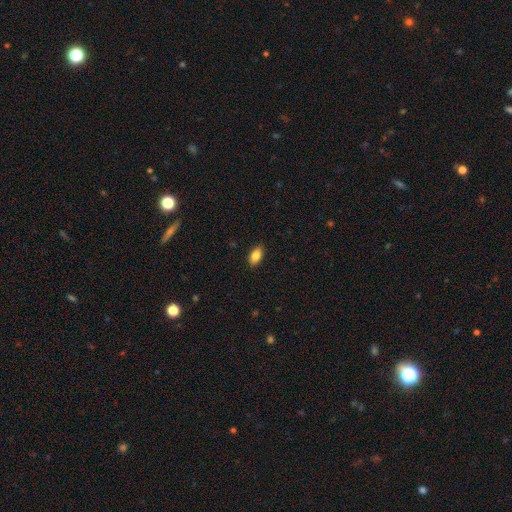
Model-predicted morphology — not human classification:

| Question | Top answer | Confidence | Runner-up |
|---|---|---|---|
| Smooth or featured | smooth | 85% | featured or disk (8%) |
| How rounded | in between | 90% | cigar-shaped (6%) |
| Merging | none | 88% | minor disturbance (9%) |